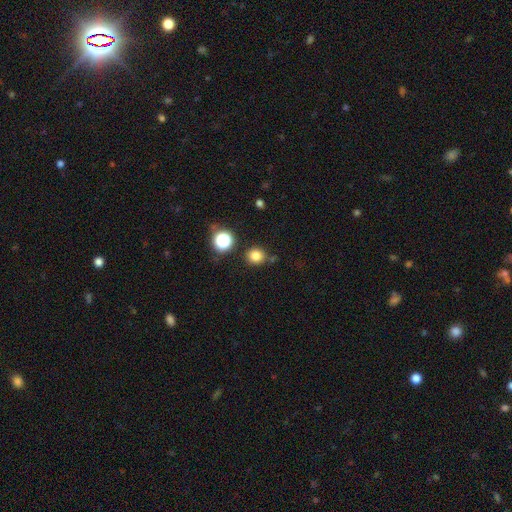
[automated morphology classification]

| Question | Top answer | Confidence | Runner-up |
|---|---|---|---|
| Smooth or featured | smooth | 80% | star or artifact (15%) |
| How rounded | round | 88% | in between (11%) |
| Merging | none | 80% | minor disturbance (10%) |